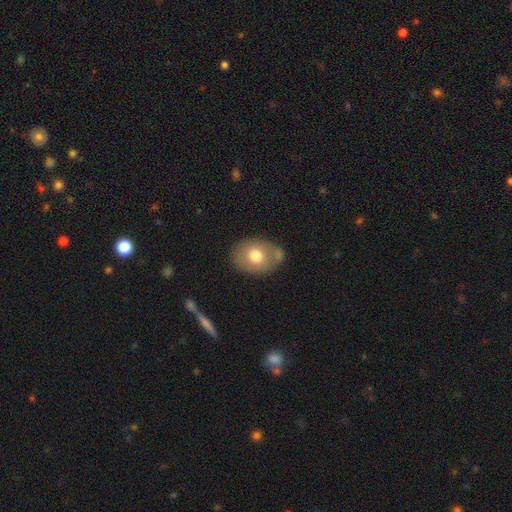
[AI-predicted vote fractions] Smooth or featured?
  - smooth: 70% *
  - featured or disk: 22%
  - star or artifact: 8%
How rounded?
  - in between: 66% *
  - round: 33%
  - cigar-shaped: 1%
Merging?
  - none: 67% *
  - minor disturbance: 17%
  - merger: 10%
  - major disturbance: 5%